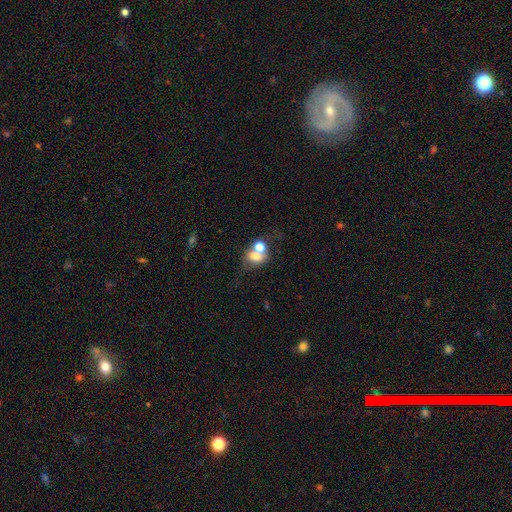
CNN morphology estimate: Q: Smooth or featured?
A: smooth (68%); runner-up: featured or disk (19%)
Q: How rounded?
A: in between (53%); runner-up: round (46%)
Q: Merging?
A: merger (53%); runner-up: none (31%)